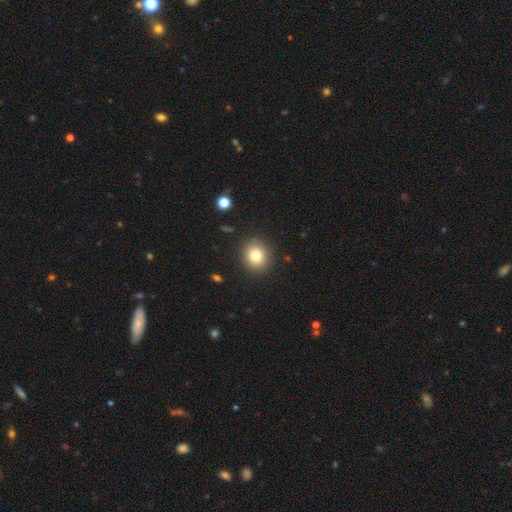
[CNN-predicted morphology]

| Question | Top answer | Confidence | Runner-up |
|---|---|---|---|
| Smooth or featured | smooth | 80% | star or artifact (11%) |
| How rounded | round | 82% | in between (18%) |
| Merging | none | 89% | minor disturbance (7%) |